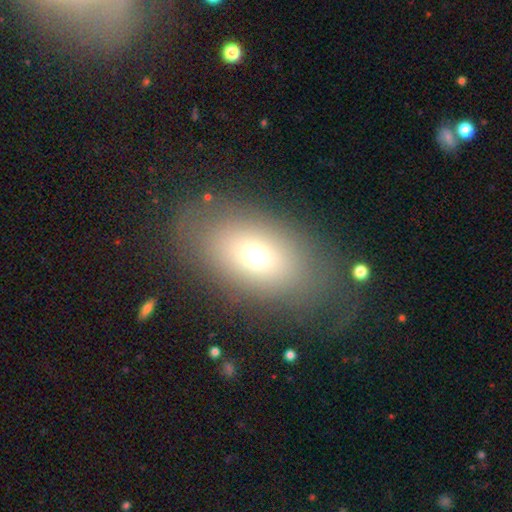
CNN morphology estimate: This is likely a smooth galaxy (67%). How rounded: clearly in between (85%). Merging: likely none (73%).